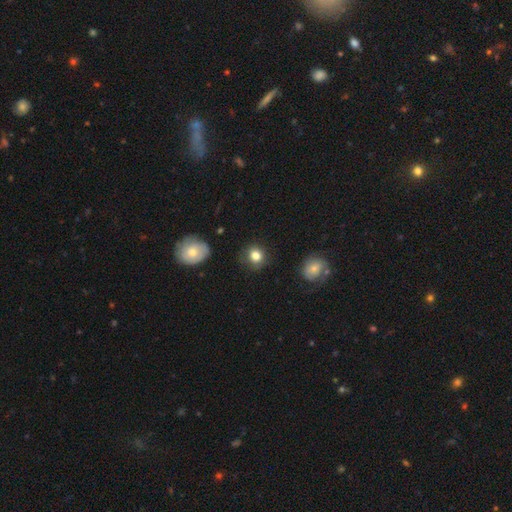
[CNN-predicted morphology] Smooth or featured? Predicted: smooth (p=0.82). How rounded? Predicted: round (p=0.84). Merging? Predicted: none (p=0.81).